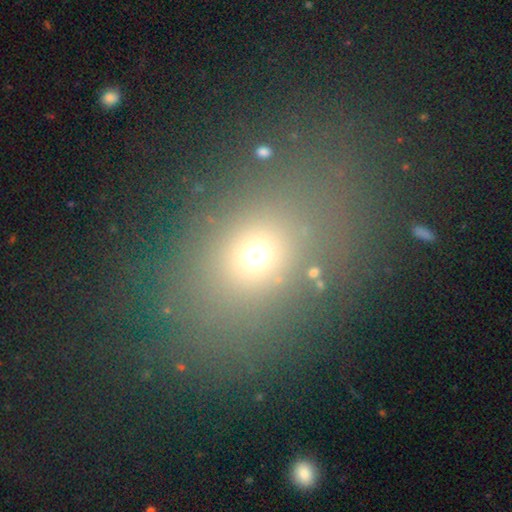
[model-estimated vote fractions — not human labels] Morphology: type=smooth (65%); roundness=in between (59%); merging=none (76%).